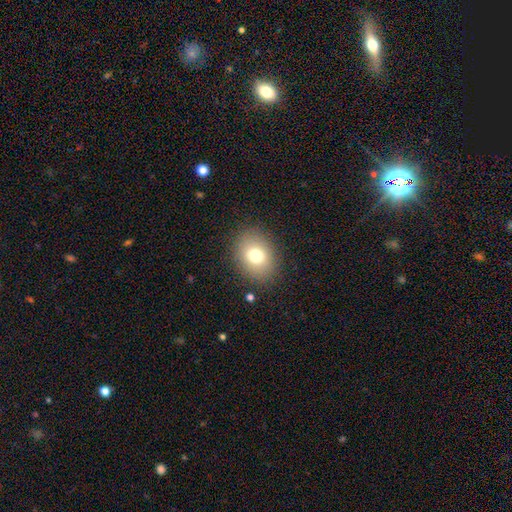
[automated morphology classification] smooth 75%, featured or disk 13%, star or artifact 11%. Down the decision tree: how rounded — in between (57%); merging — none (86%).